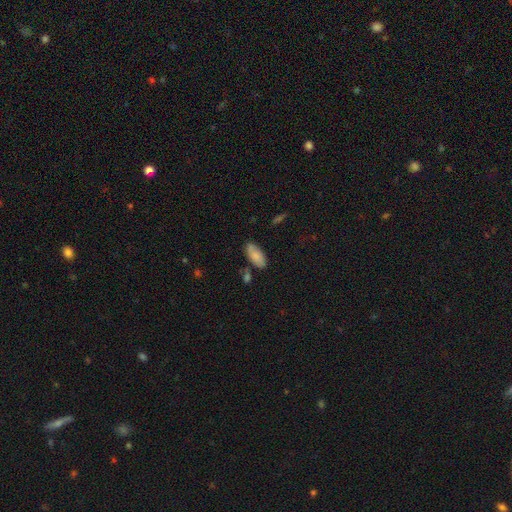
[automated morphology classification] smooth_or_featured: smooth (p=0.78) [alt: featured or disk p=0.15]
how_rounded: in between (p=0.90) [alt: cigar-shaped p=0.08]
merging: none (p=0.74) [alt: minor disturbance p=0.17]